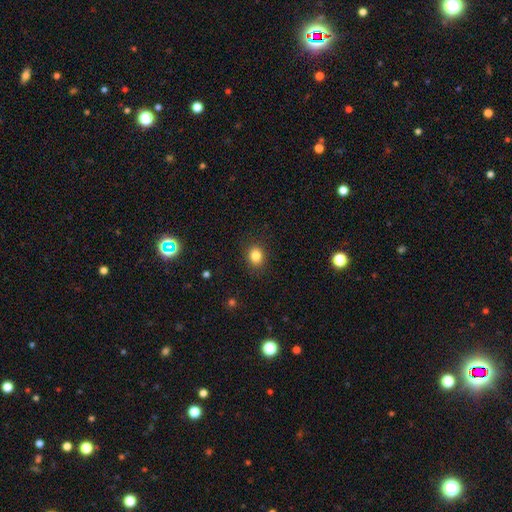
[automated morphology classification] Smooth or featured?
  - smooth: 83% *
  - star or artifact: 12%
  - featured or disk: 5%
How rounded?
  - round: 68% *
  - in between: 31%
  - cigar-shaped: 1%
Merging?
  - none: 88% *
  - minor disturbance: 8%
  - major disturbance: 3%
  - merger: 1%